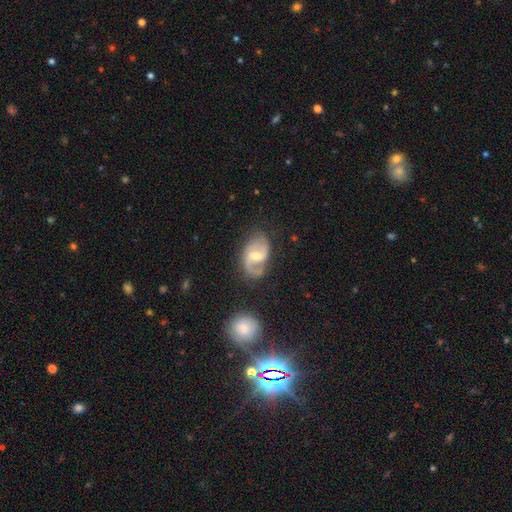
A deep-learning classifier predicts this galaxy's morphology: Smooth or featured? featured or disk (85%)
Edge-on disk? no (97%)
Bar? weak (56%)
Spiral arms? yes (96%)
Spiral winding? medium (53%)
Spiral arm count? 2 (86%)
Bulge size? moderate (54%)
Merging? none (68%)